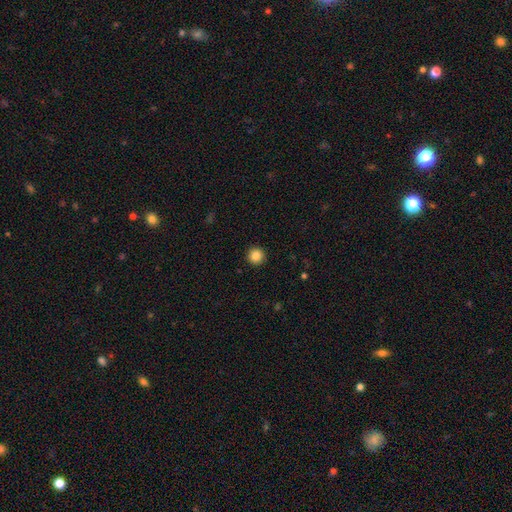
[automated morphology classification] The model was most divided on "smooth or featured": smooth: 86%, star or artifact: 10%, featured or disk: 4%. More confident: how rounded — round (96%); merging — none (94%).